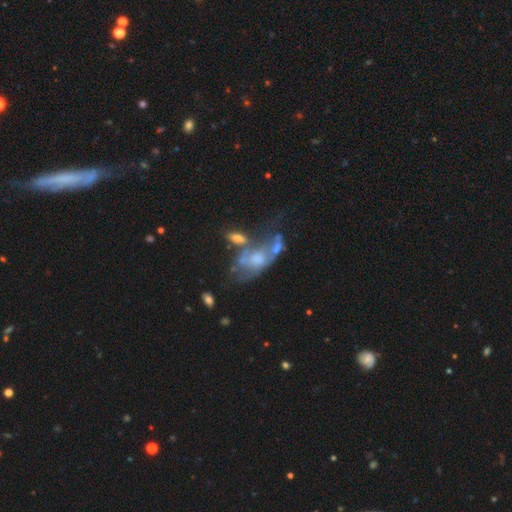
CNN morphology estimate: featured or disk 59%, smooth 22%, star or artifact 19%. Down the decision tree: edge-on disk — no (89%); bar — no (76%); spiral arms — no (57%); bulge size — moderate (38%); merging — merger (47%).